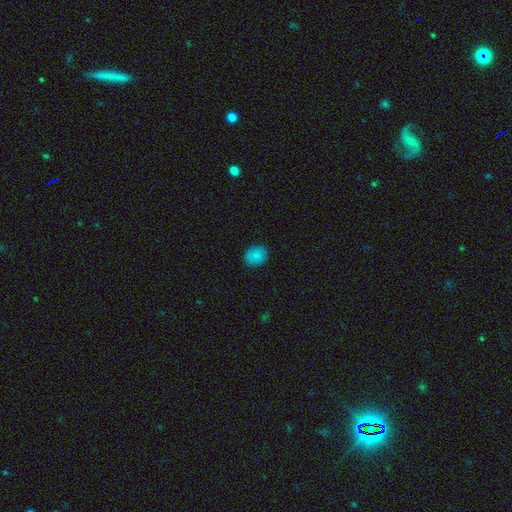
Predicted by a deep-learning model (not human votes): Smooth or featured? smooth (83%)
How rounded? round (66%)
Merging? none (88%)